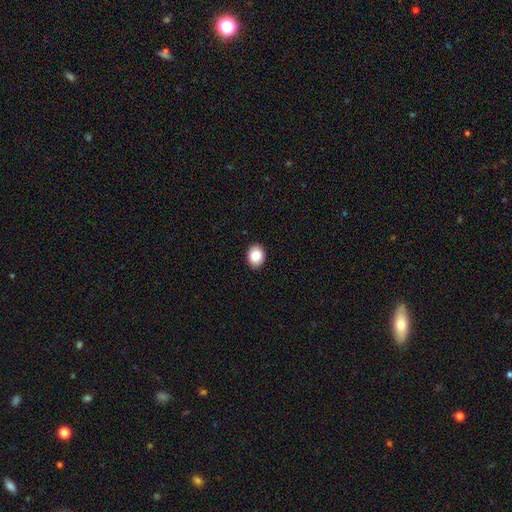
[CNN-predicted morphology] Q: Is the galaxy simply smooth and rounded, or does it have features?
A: smooth — 85%.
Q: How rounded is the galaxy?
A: in between — 59%.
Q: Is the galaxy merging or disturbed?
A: none — 91%.